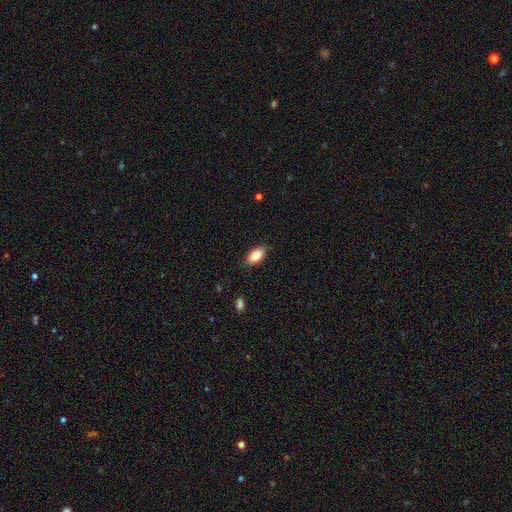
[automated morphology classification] type=smooth (85%); roundness=in between (92%); merging=none (86%).